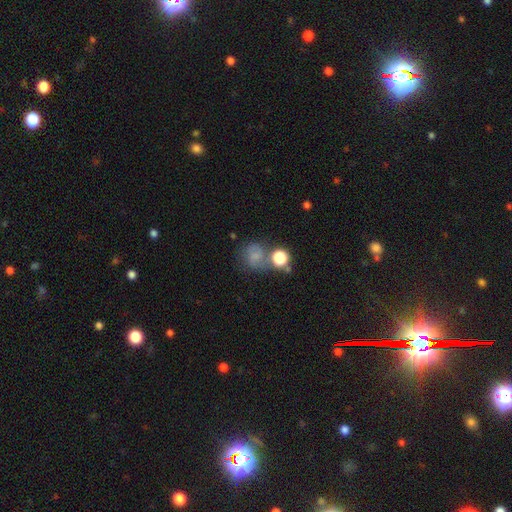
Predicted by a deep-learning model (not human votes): smooth 57%, featured or disk 26%, star or artifact 17%. Down the decision tree: how rounded — round (76%); merging — none (50%).